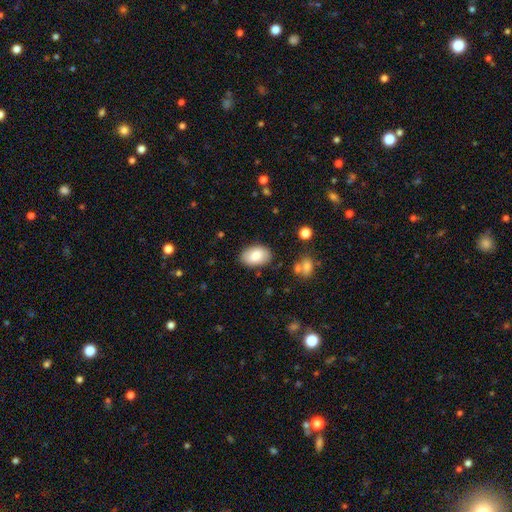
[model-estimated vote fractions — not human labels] Smooth or featured: smooth — 82% (featured or disk — 12%)
How rounded: in between — 91% (round — 8%)
Merging: none — 84% (minor disturbance — 11%)